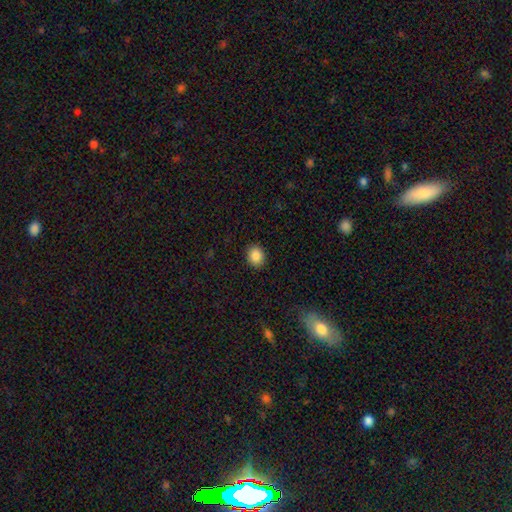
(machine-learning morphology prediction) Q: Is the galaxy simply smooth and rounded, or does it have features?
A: smooth — 88%.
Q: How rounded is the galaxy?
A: round — 64%.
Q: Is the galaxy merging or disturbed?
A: none — 90%.